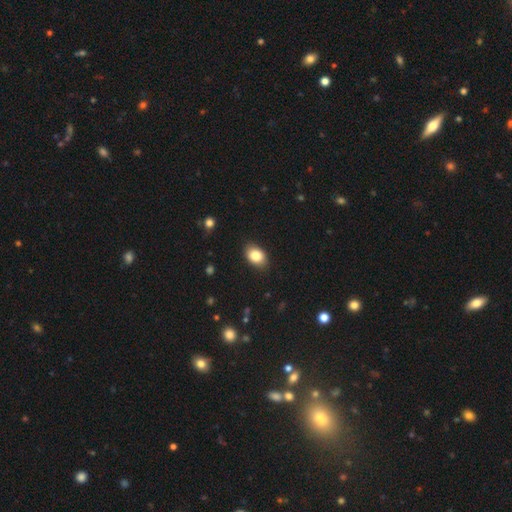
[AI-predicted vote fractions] smooth_or_featured: smooth (p=0.84) [alt: star or artifact p=0.08]
how_rounded: in between (p=0.80) [alt: round p=0.19]
merging: none (p=0.86) [alt: minor disturbance p=0.11]